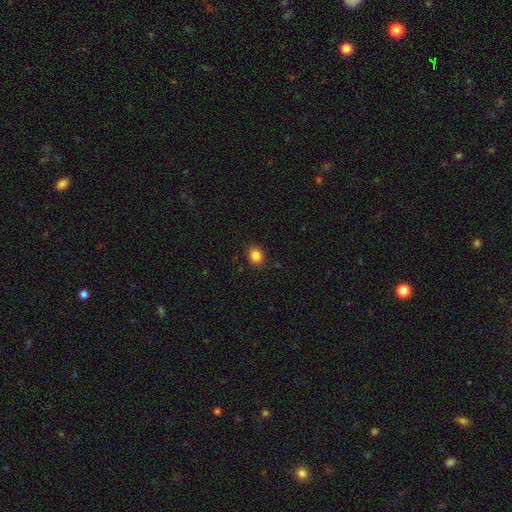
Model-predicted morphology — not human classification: Q: Smooth or featured?
A: smooth (85%); runner-up: star or artifact (10%)
Q: How rounded?
A: round (59%); runner-up: in between (40%)
Q: Merging?
A: none (90%); runner-up: minor disturbance (7%)